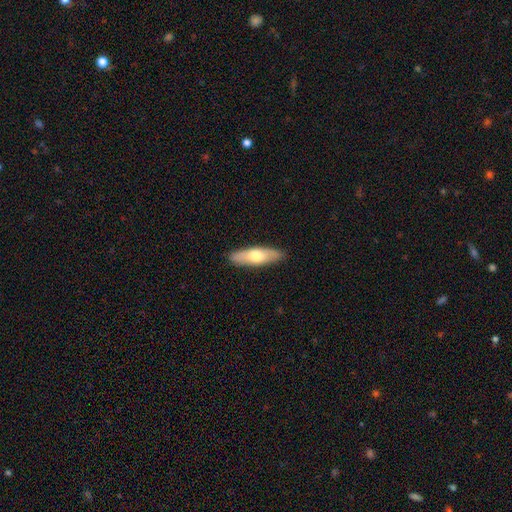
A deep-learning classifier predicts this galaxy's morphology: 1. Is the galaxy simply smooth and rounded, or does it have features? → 60% smooth, 35% featured or disk, 5% star or artifact.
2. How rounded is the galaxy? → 53% cigar-shaped, 45% in between, 2% round.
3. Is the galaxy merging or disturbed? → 89% none, 8% minor disturbance, 2% major disturbance, 1% merger.